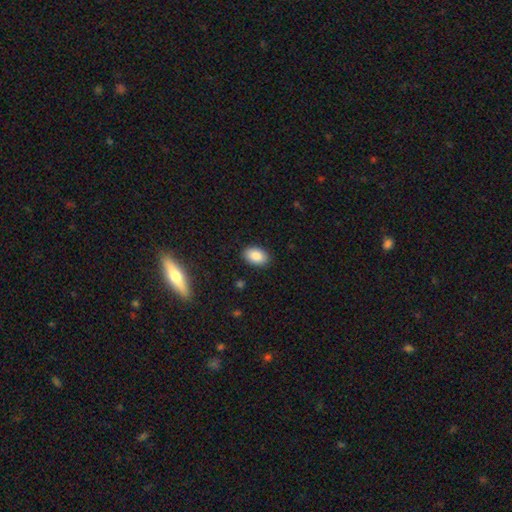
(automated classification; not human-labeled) A smooth galaxy with no disk features (87%) that is in between round and cigar-shaped (89%). Merging: none (88%).